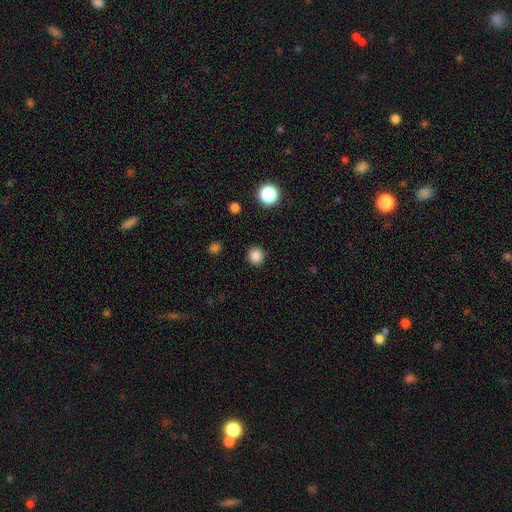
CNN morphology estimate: This is clearly a smooth galaxy (85%). How rounded: clearly round (91%). Merging: clearly none (91%).